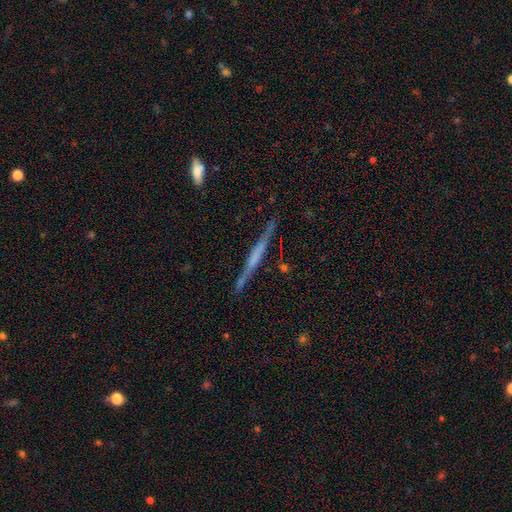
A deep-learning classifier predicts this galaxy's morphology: Smooth or featured?
  - featured or disk: 67% *
  - smooth: 27%
  - star or artifact: 7%
Edge-on disk?
  - yes: 97% *
  - no: 3%
Edge-on bulge?
  - none: 52% *
  - boxy: 27%
  - rounded: 21%
Merging?
  - none: 84% *
  - minor disturbance: 11%
  - major disturbance: 2%
  - merger: 2%